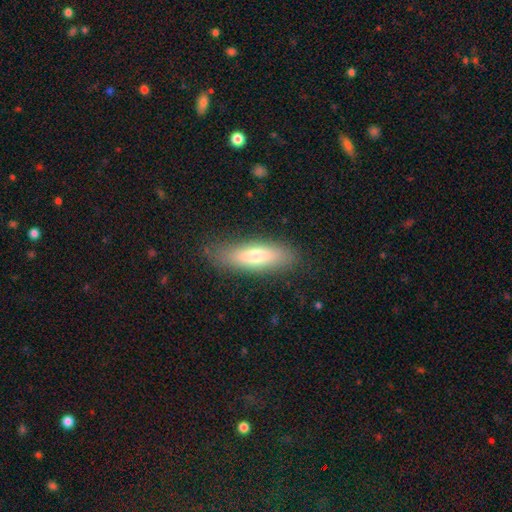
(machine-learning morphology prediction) Smooth or featured? smooth (71%)
How rounded? cigar-shaped (53%)
Merging? none (83%)